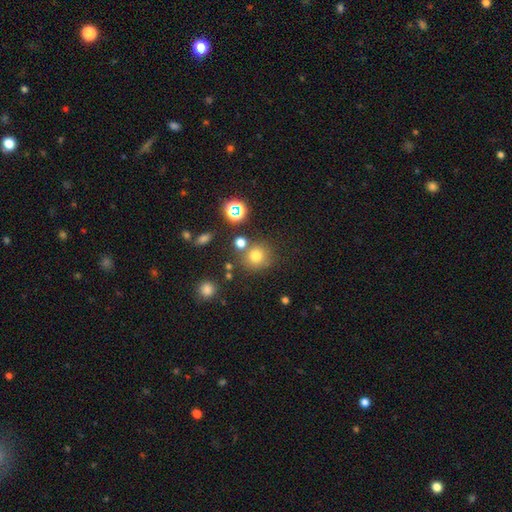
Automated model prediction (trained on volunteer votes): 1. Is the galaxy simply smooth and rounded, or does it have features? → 73% smooth, 19% star or artifact, 8% featured or disk.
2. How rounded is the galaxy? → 89% round, 10% in between, 1% cigar-shaped.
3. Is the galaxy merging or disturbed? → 72% none, 12% merger, 11% minor disturbance, 4% major disturbance.